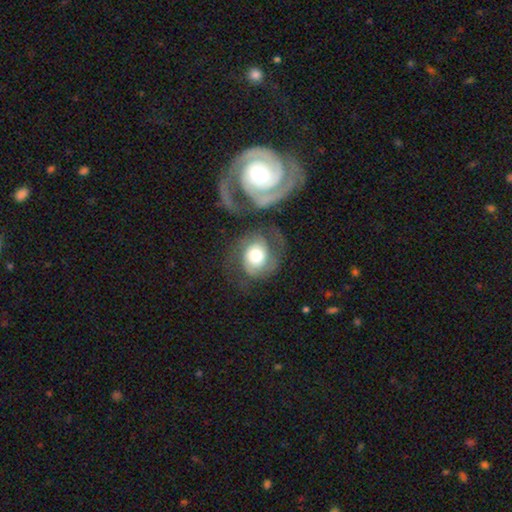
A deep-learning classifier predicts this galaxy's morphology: smooth-or-featured: featured or disk: 63% | smooth: 30% | star or artifact: 7%
  disk-edge-on: no: 97% | yes: 3%
    bar: no: 75% | weak: 19% | strong: 5%
    has-spiral-arms: yes: 87% | no: 13%
      spiral-winding: medium: 42% | tight: 37% | loose: 21%
      spiral-arm-count: 2: 67% | can't tell: 14% | 1: 8% | 3: 7% | 4: 2% | more than 4: 2%
    bulge-size: moderate: 53% | large: 32% | small: 8% | dominant: 5% | none: 1%
  merging: none: 42% | major disturbance: 22% | minor disturbance: 18% | merger: 18%